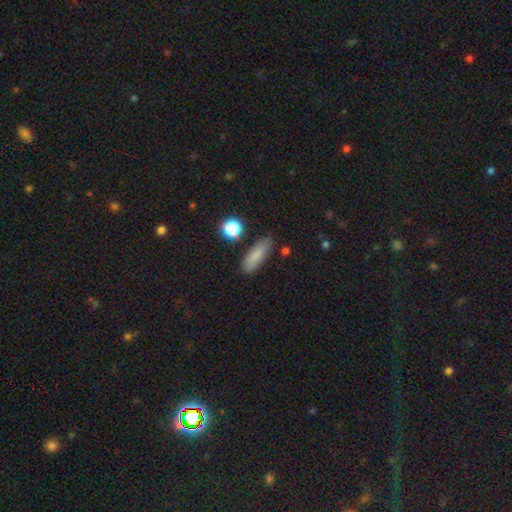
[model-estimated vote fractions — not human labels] Smooth or featured: smooth — 80% (star or artifact — 10%)
How rounded: in between — 58% (cigar-shaped — 38%)
Merging: none — 77% (minor disturbance — 16%)